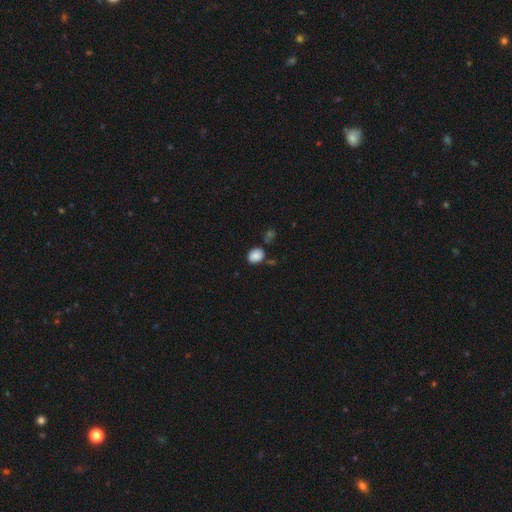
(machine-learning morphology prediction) This is clearly a smooth galaxy (86%). How rounded: possibly in between (58%). Merging: likely none (68%).